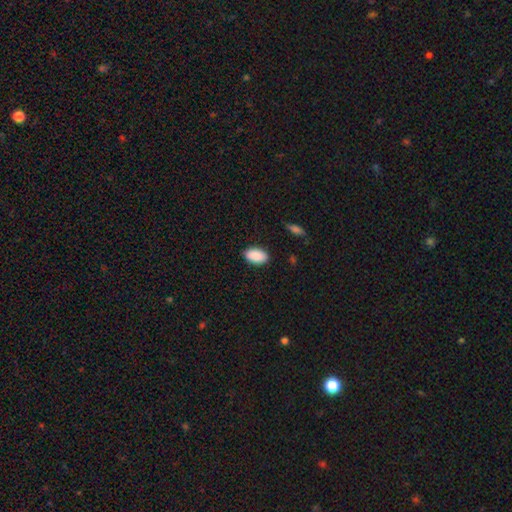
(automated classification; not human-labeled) smooth-or-featured: smooth: 90% | star or artifact: 7% | featured or disk: 3%
  how-rounded: in between: 94% | round: 4% | cigar-shaped: 2%
  merging: none: 87% | minor disturbance: 9% | major disturbance: 2% | merger: 1%